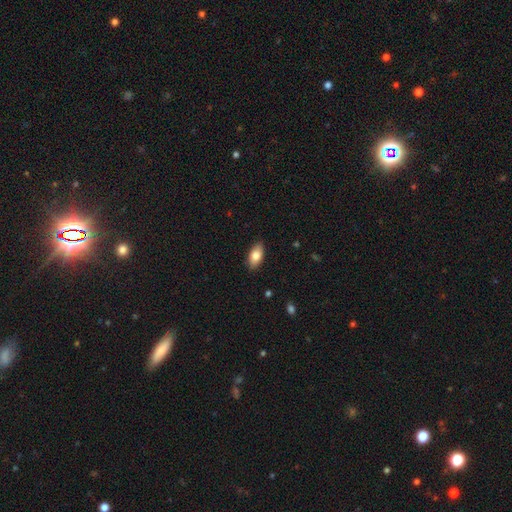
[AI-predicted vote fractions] smooth_or_featured: smooth (p=0.81) [alt: featured or disk p=0.12]
how_rounded: in between (p=0.91) [alt: cigar-shaped p=0.05]
merging: none (p=0.88) [alt: minor disturbance p=0.09]